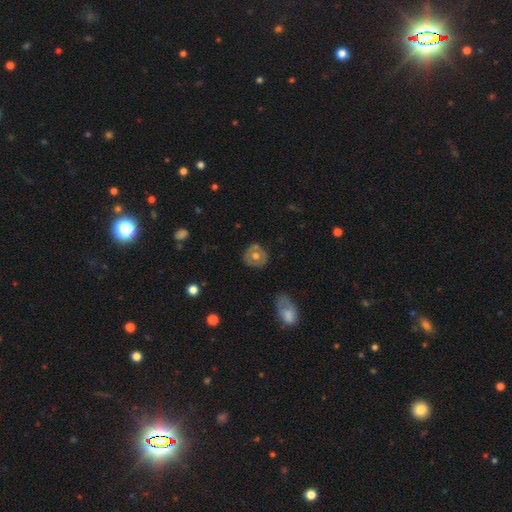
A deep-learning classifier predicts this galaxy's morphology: smooth 51%, featured or disk 42%, star or artifact 7%. Down the decision tree: how rounded — round (85%); merging — none (80%).